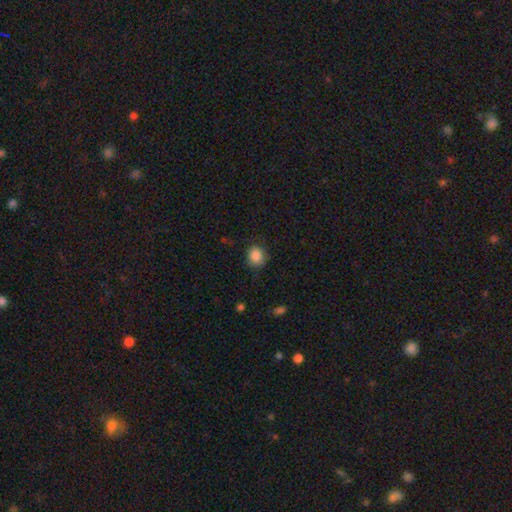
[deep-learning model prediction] Q: Smooth or featured?
A: smooth (86%); runner-up: star or artifact (9%)
Q: How rounded?
A: round (71%); runner-up: in between (28%)
Q: Merging?
A: none (77%); runner-up: minor disturbance (17%)